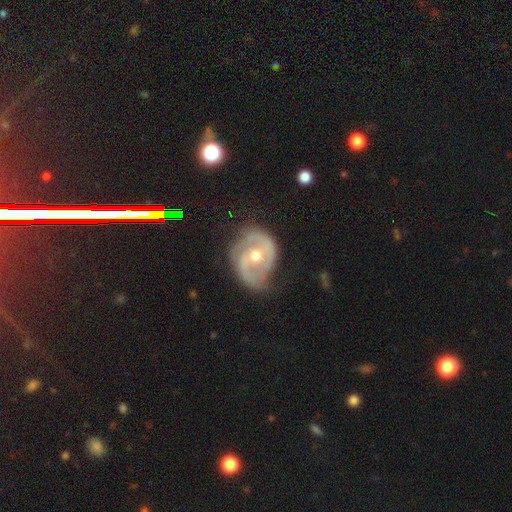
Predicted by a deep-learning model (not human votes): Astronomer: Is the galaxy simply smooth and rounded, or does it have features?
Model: featured or disk — 84%.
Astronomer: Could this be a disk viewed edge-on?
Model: no — 97%.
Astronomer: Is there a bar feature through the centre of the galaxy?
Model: no — 48% (runner-up: weak, 38%).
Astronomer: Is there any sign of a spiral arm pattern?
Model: yes — 91%.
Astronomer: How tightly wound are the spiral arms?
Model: medium — 45% (runner-up: tight, 37%).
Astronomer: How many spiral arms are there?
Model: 2 — 77%.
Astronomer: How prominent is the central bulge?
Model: moderate — 59% (runner-up: small, 37%).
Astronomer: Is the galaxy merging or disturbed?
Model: none — 61%.